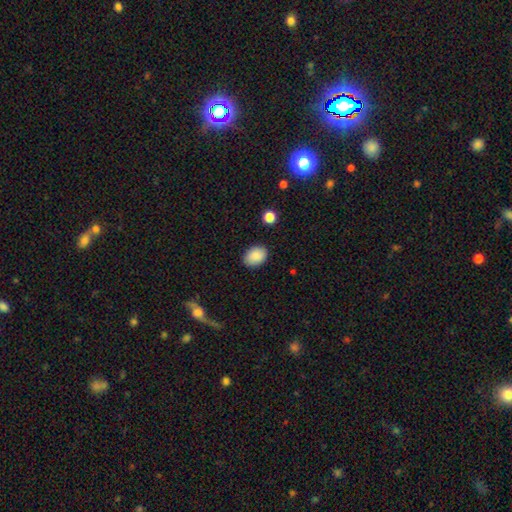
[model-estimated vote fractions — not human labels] Smooth or featured?
  - smooth: 88% *
  - star or artifact: 8%
  - featured or disk: 5%
How rounded?
  - in between: 75% *
  - round: 24%
  - cigar-shaped: 1%
Merging?
  - none: 86% *
  - minor disturbance: 10%
  - major disturbance: 2%
  - merger: 1%